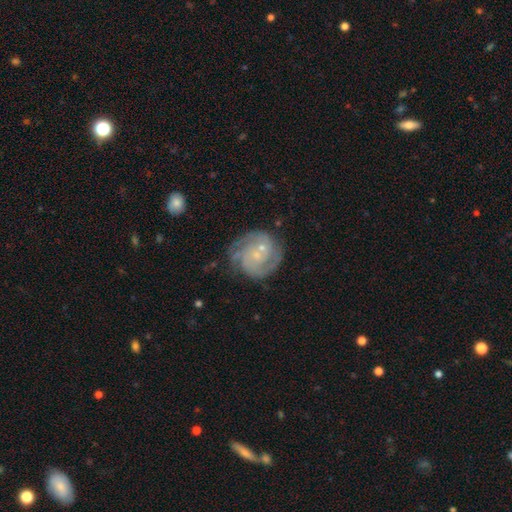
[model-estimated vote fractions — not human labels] featured or disk 83%, smooth 11%, star or artifact 6%. Down the decision tree: edge-on disk — no (98%); bar — no (71%); spiral arms — yes (95%); spiral arm count — 2 (41%); spiral winding — tight (62%); bulge size — small (77%); merging — none (63%).